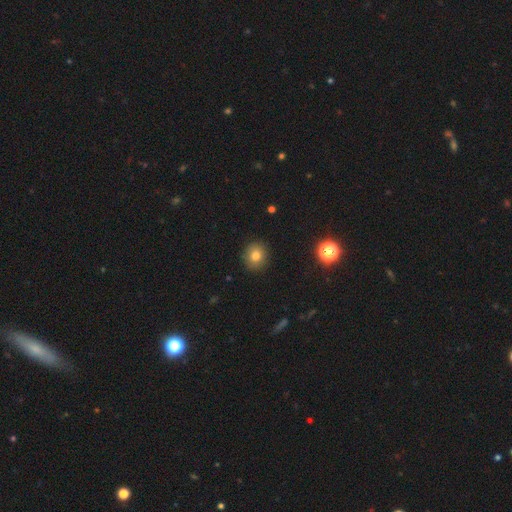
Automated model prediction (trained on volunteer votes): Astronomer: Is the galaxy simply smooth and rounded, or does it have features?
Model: smooth — 79%.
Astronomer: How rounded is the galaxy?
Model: round — 83%.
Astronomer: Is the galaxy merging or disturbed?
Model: none — 90%.